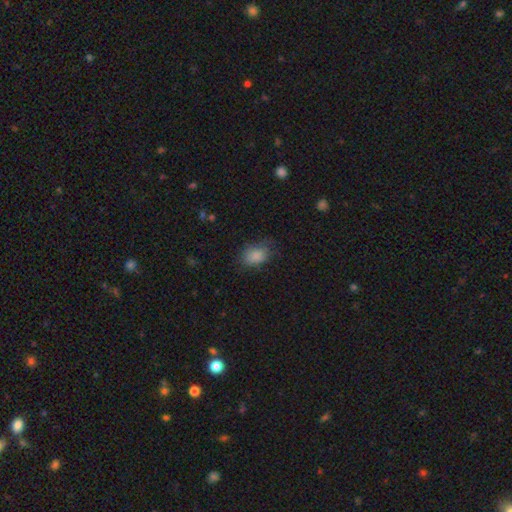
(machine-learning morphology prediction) smooth 85%, star or artifact 9%, featured or disk 6%. Down the decision tree: how rounded — in between (76%); merging — none (65%).